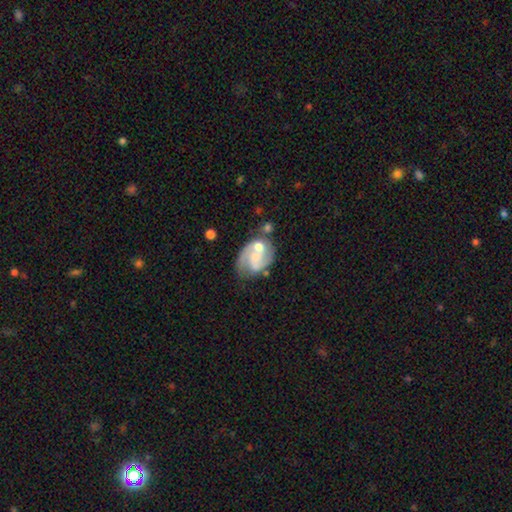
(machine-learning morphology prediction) Overall: featured or disk (76%). Edge-on disk: no (98%). Bar: no (57%; weak 35%). Spiral arms: yes (90%). Spiral arm count: 2 (72%). Spiral winding: medium (48%; tight 32%). Bulge size: small (42%; moderate 35%). Merging: none (48%; minor disturbance 21%).